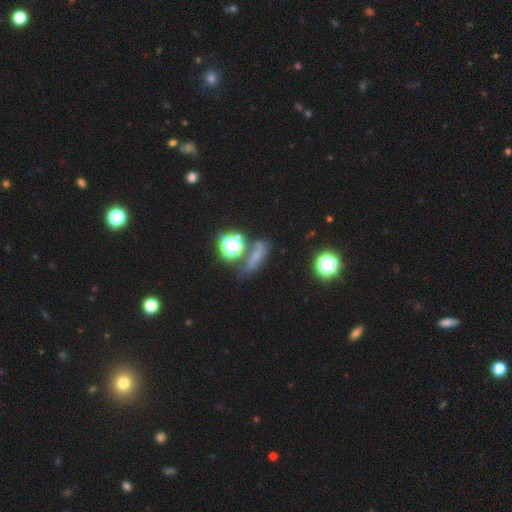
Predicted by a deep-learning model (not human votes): Overall: smooth (54%; star or artifact 29%). How rounded: cigar-shaped (48%; in between 29%). Merging: none (60%).